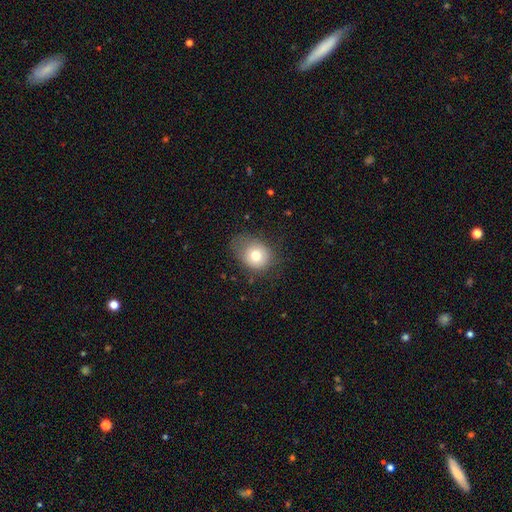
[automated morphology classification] This appears to be a smooth galaxy with no disk features (77%) that is round (57%). Merging: none (53%).